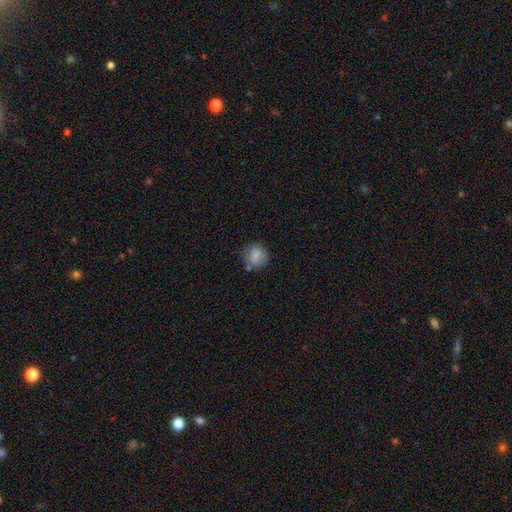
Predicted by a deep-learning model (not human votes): Overall: smooth (79%). How rounded: round (83%). Merging: none (72%).